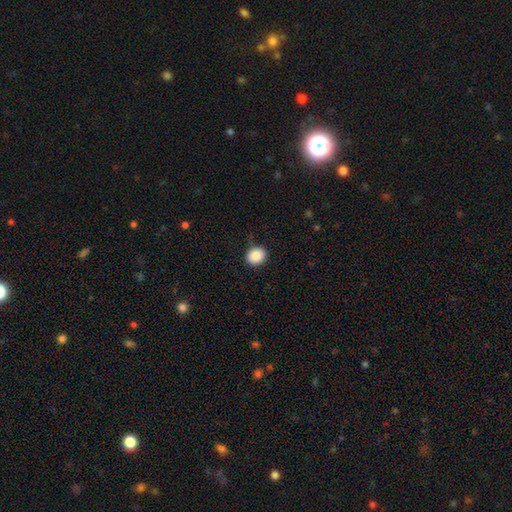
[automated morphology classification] smooth_or_featured: smooth (p=0.88) [alt: star or artifact p=0.08]
how_rounded: round (p=0.68) [alt: in between p=0.31]
merging: none (p=0.89) [alt: minor disturbance p=0.08]